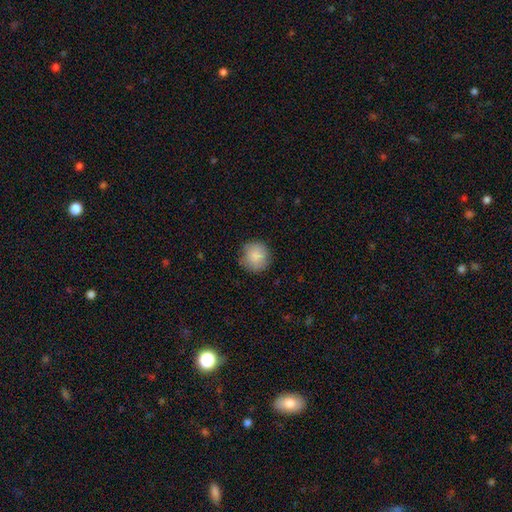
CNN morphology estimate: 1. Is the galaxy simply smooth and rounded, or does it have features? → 87% smooth, 7% star or artifact, 6% featured or disk.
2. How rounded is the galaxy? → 94% round, 5% in between, 1% cigar-shaped.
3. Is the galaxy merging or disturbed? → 84% none, 12% minor disturbance, 3% major disturbance, 1% merger.